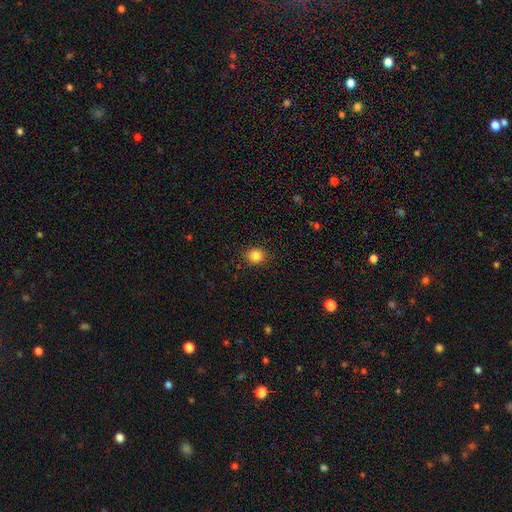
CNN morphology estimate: A smooth galaxy with no disk features (84%) that is round (78%).

Vote fractions:
- Smooth or featured? smooth: 84% / star or artifact: 11% / featured or disk: 5%
- How rounded? round: 78% / in between: 21% / cigar-shaped: 1%
- Merging? none: 88% / minor disturbance: 9% / major disturbance: 2% / merger: 1%